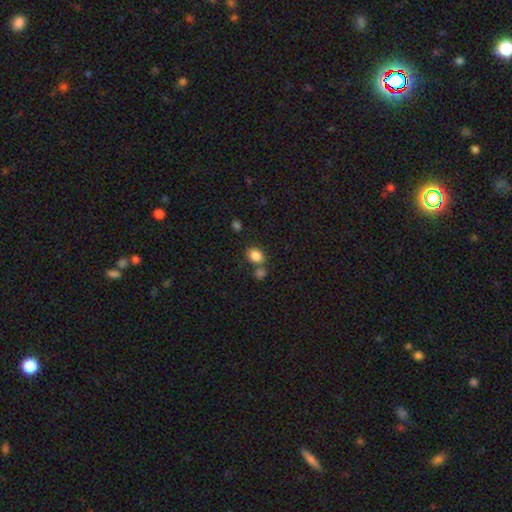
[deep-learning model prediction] A smooth galaxy with no disk features (85%) that is in between round and cigar-shaped (62%). Merging: none (61%).